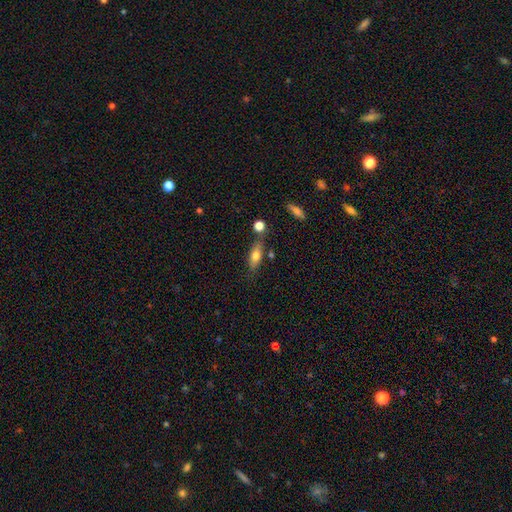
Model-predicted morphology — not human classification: The model was most divided on "how rounded": in between: 69%, cigar-shaped: 27%, round: 5%. More confident: smooth or featured — smooth (70%); merging — none (67%).